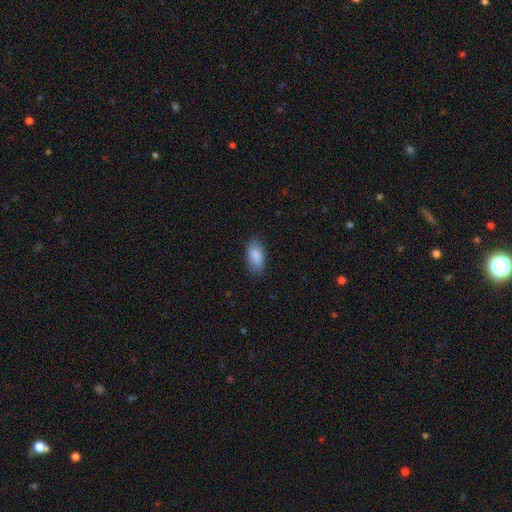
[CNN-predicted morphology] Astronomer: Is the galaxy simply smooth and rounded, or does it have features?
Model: smooth — 87%.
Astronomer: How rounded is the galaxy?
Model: in between — 91%.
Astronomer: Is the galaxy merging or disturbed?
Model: none — 83%.